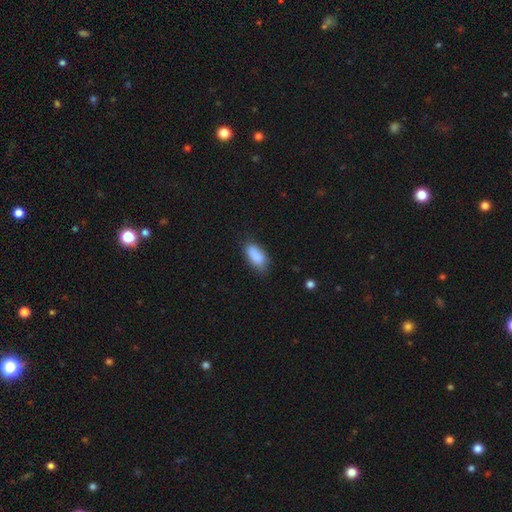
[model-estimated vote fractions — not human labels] Morphology: type=smooth (86%); roundness=in between (88%); merging=none (67%).